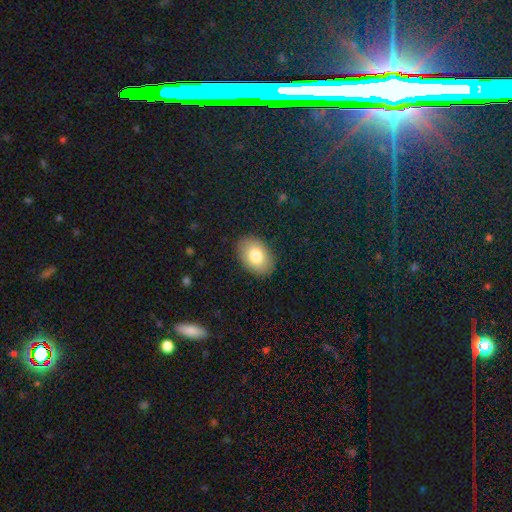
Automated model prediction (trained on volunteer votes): smooth_or_featured: smooth (p=0.80) [alt: featured or disk p=0.13]
how_rounded: in between (p=0.83) [alt: round p=0.16]
merging: none (p=0.88) [alt: minor disturbance p=0.08]